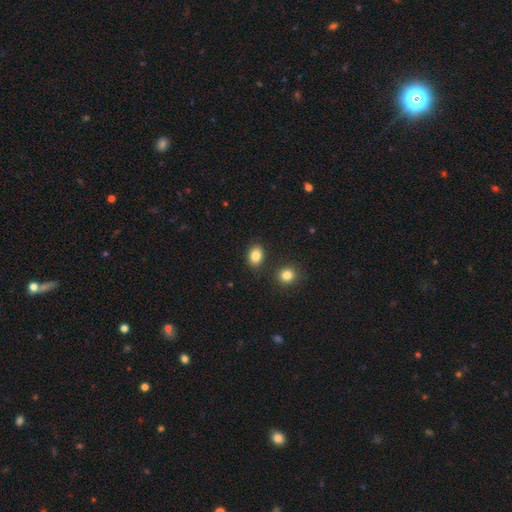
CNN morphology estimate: Smooth or featured?
  - smooth: 85% *
  - star or artifact: 9%
  - featured or disk: 6%
How rounded?
  - in between: 68% *
  - round: 31%
  - cigar-shaped: 1%
Merging?
  - none: 83% *
  - minor disturbance: 9%
  - merger: 5%
  - major disturbance: 3%